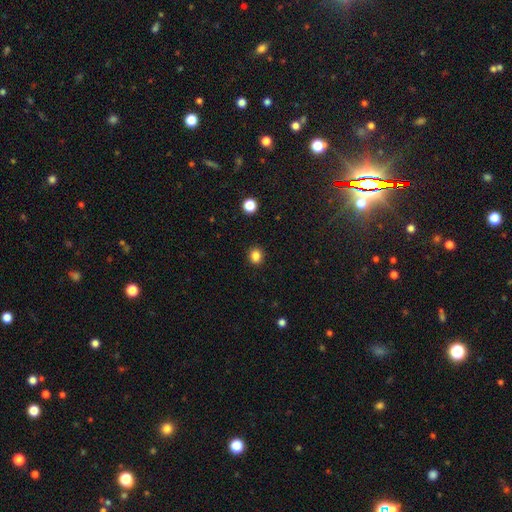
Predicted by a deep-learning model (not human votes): smooth_or_featured: smooth (p=0.84) [alt: star or artifact p=0.12]
how_rounded: round (p=0.73) [alt: in between p=0.27]
merging: none (p=0.90) [alt: minor disturbance p=0.07]